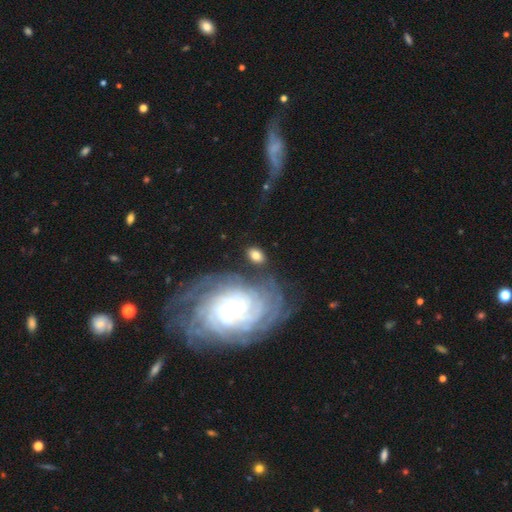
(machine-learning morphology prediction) A smooth galaxy with no disk features (58%) that is in between round and cigar-shaped (81%). Merging: none (71%).